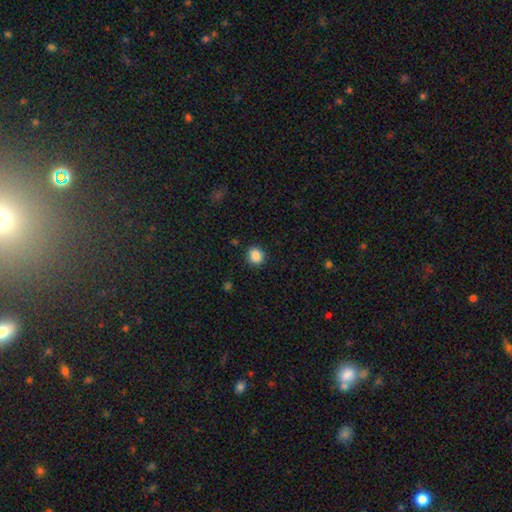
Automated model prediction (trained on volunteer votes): The model was most divided on "how rounded": round: 81%, in between: 18%, cigar-shaped: 1%. More confident: merging — none (90%); smooth or featured — smooth (87%).